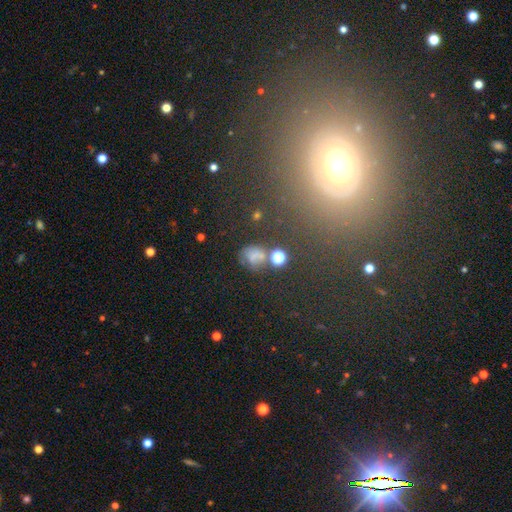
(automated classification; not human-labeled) Smooth or featured?
  - smooth: 55% *
  - star or artifact: 24%
  - featured or disk: 21%
How rounded?
  - round: 56% *
  - in between: 43%
  - cigar-shaped: 2%
Merging?
  - none: 46% *
  - minor disturbance: 22%
  - major disturbance: 16%
  - merger: 16%